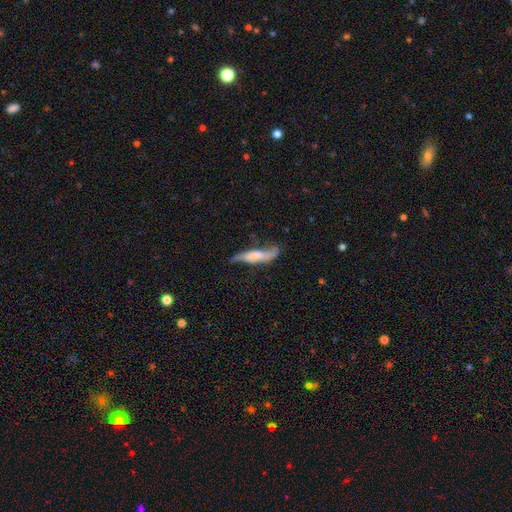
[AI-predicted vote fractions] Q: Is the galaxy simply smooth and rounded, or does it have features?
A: featured or disk — 56%.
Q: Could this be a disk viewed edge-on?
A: no — 58%.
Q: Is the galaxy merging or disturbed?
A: none — 51%.